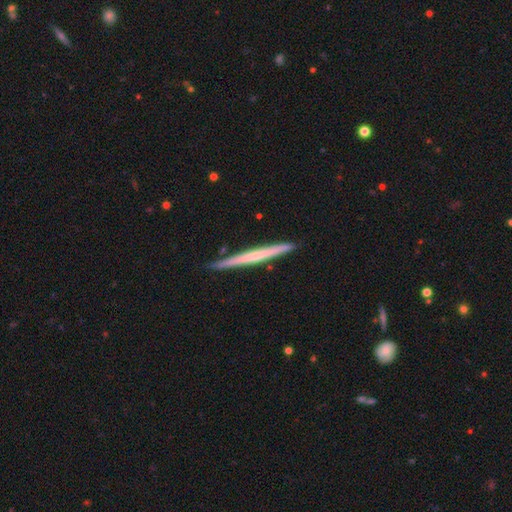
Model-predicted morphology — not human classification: Overall: featured or disk (58%; smooth 37%). Edge-on disk: yes (98%). Edge-on bulge: none (76%). Merging: none (89%).